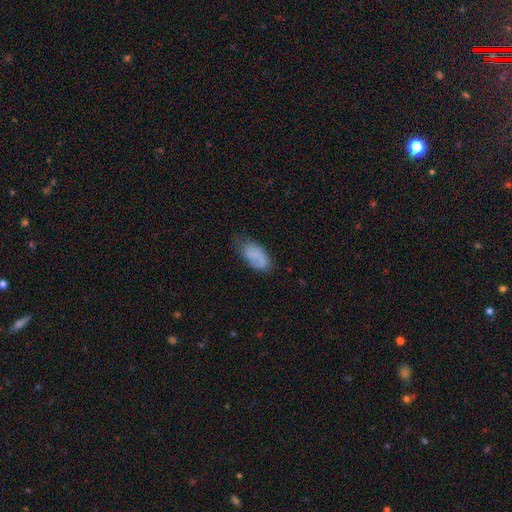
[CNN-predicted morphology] Smooth or featured?
  - smooth: 71% *
  - featured or disk: 21%
  - star or artifact: 8%
How rounded?
  - in between: 93% *
  - round: 4%
  - cigar-shaped: 3%
Merging?
  - none: 52% *
  - minor disturbance: 32%
  - major disturbance: 13%
  - merger: 3%